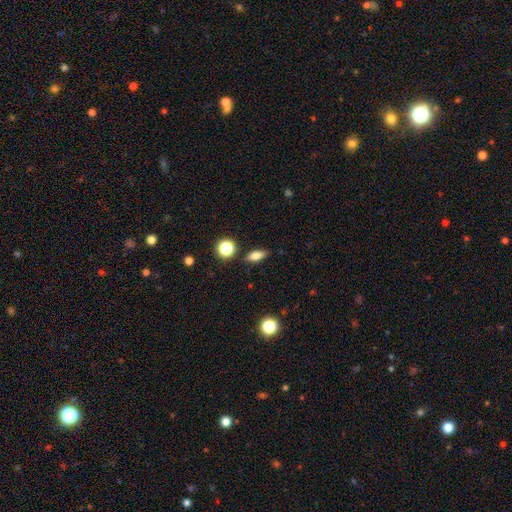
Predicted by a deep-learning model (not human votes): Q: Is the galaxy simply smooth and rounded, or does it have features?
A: smooth — 73%.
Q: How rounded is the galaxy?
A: in between — 68%.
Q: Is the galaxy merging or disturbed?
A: none — 84%.